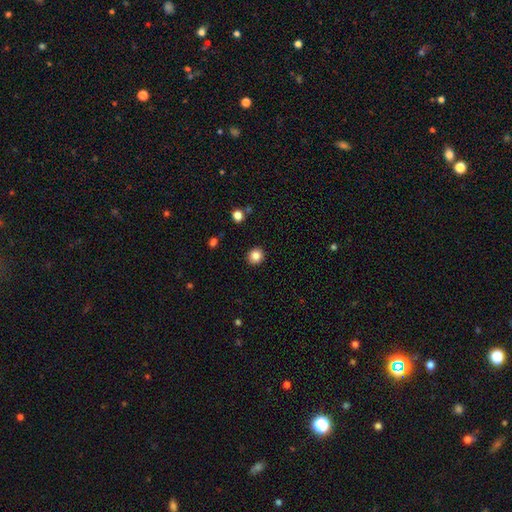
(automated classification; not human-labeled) Smooth or featured: smooth — 85% (star or artifact — 11%)
How rounded: round — 89% (in between — 10%)
Merging: none — 91% (minor disturbance — 6%)